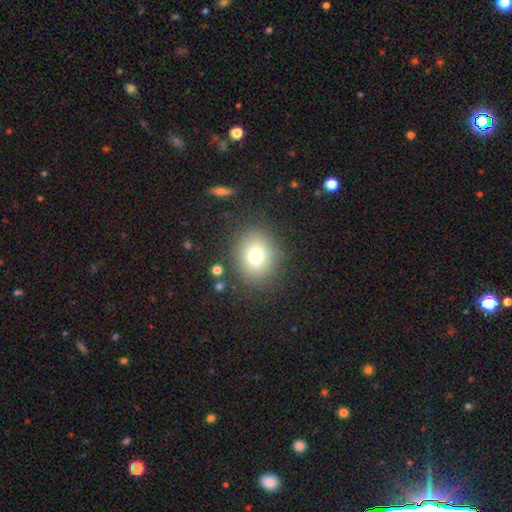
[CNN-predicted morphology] smooth-or-featured: smooth: 74% | star or artifact: 14% | featured or disk: 12%
  how-rounded: round: 76% | in between: 23% | cigar-shaped: 1%
  merging: none: 84% | minor disturbance: 9% | major disturbance: 5% | merger: 2%